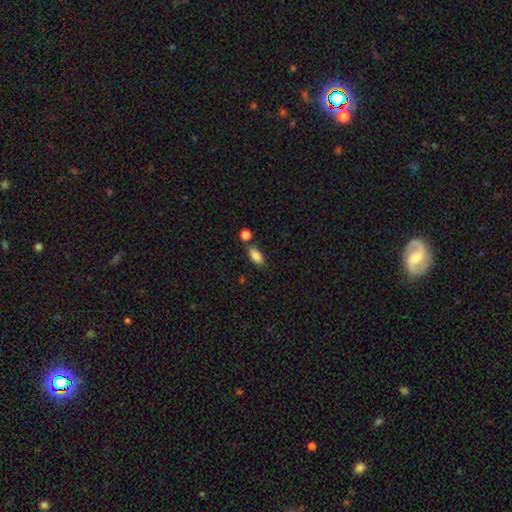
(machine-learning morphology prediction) Q: Smooth or featured?
A: smooth (86%); runner-up: star or artifact (8%)
Q: How rounded?
A: in between (89%); runner-up: cigar-shaped (7%)
Q: Merging?
A: none (67%); runner-up: merger (15%)